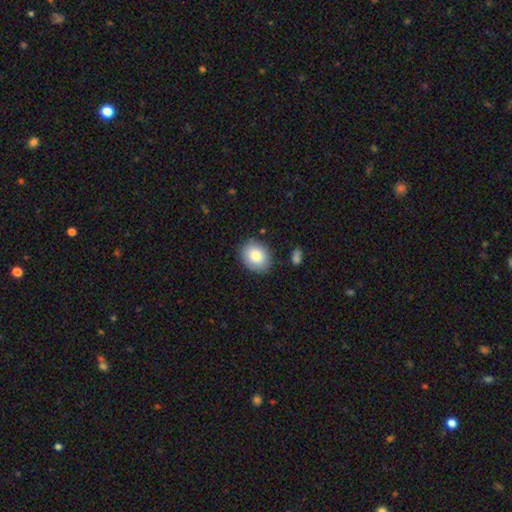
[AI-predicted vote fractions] smooth-or-featured: smooth: 83% | featured or disk: 10% | star or artifact: 8%
  how-rounded: round: 50% | in between: 49% | cigar-shaped: 1%
  merging: none: 85% | minor disturbance: 11% | major disturbance: 3% | merger: 2%